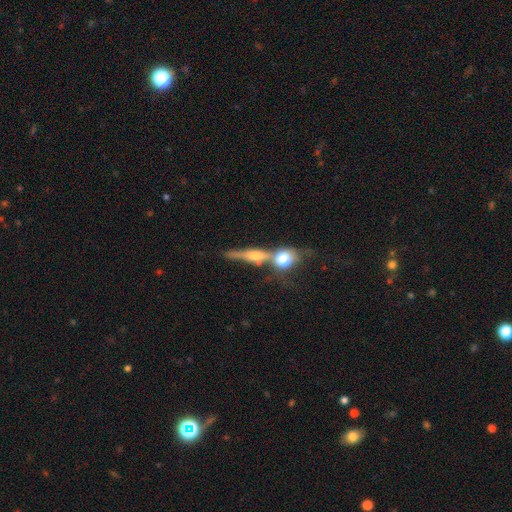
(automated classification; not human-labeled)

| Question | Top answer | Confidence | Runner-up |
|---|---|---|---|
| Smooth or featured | featured or disk | 56% | smooth (33%) |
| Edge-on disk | yes | 85% | no (15%) |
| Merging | none | 44% | merger (39%) |